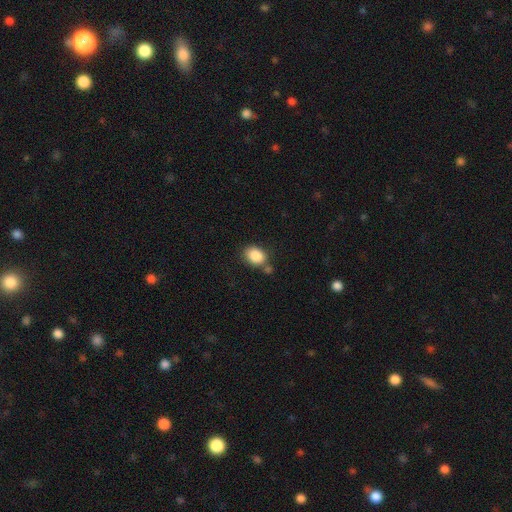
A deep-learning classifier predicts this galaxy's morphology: Smooth or featured? smooth (87%)
How rounded? in between (66%)
Merging? none (64%)